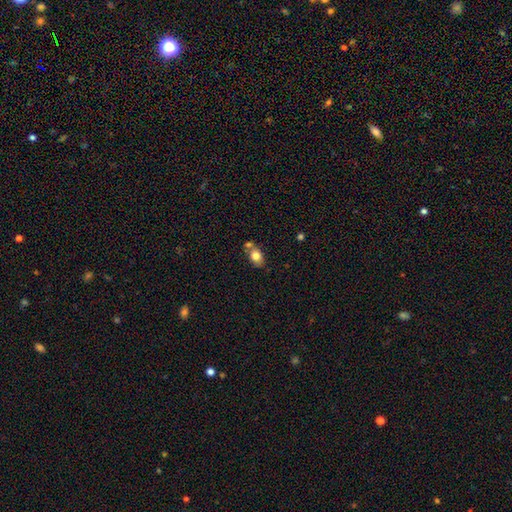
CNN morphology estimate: smooth_or_featured: smooth (p=0.78) [alt: featured or disk p=0.13]
how_rounded: in between (p=0.70) [alt: round p=0.28]
merging: none (p=0.53) [alt: merger p=0.27]